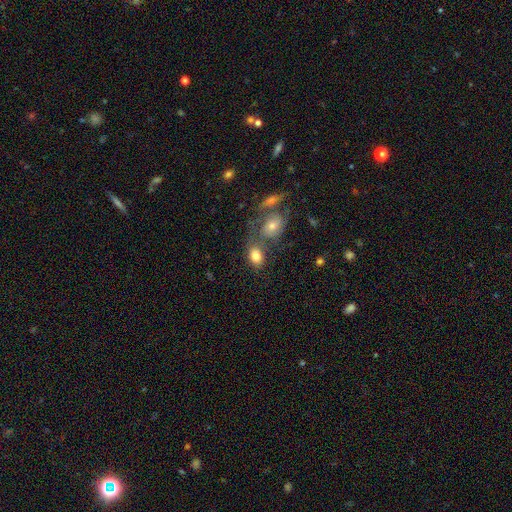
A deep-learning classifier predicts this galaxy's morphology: Q: Smooth or featured?
A: smooth (79%); runner-up: featured or disk (13%)
Q: How rounded?
A: in between (77%); runner-up: round (21%)
Q: Merging?
A: none (44%); runner-up: merger (36%)